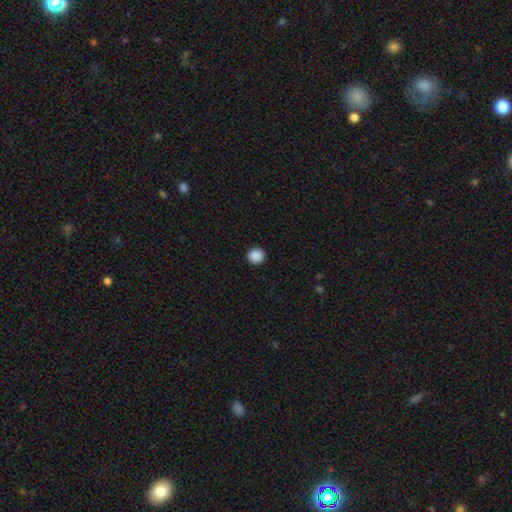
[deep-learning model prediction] The model was most divided on "smooth or featured": smooth: 89%, star or artifact: 9%, featured or disk: 2%. More confident: how rounded — round (93%); merging — none (93%).